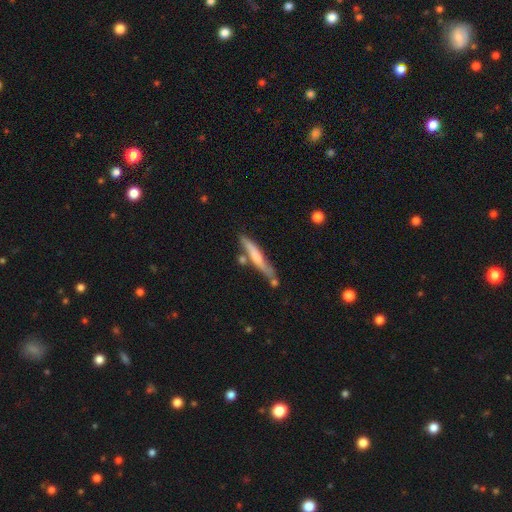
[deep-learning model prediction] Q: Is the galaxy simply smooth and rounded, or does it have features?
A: smooth — 55%.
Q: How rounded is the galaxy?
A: cigar-shaped — 92%.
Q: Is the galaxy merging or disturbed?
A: none — 63%.